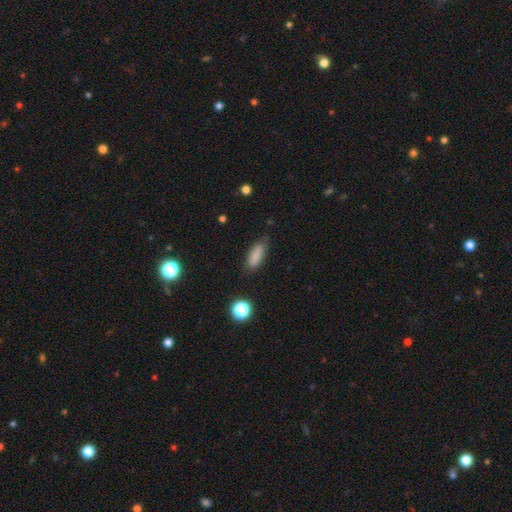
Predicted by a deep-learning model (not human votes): smooth 84%, star or artifact 9%, featured or disk 7%. Down the decision tree: how rounded — in between (65%); merging — none (73%).